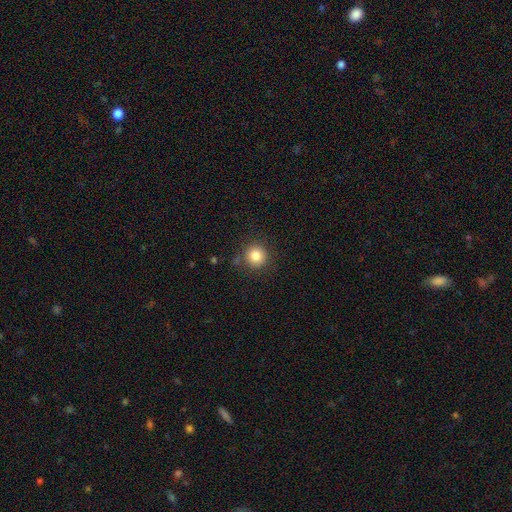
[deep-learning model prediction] Morphology: type=smooth (82%); roundness=round (94%); merging=none (85%).